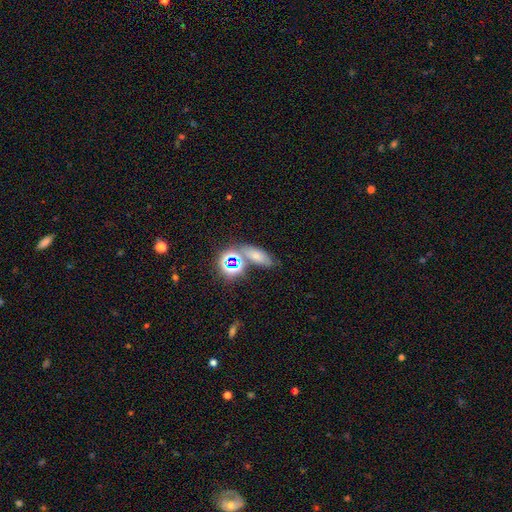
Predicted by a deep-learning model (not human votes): Overall: smooth (58%; star or artifact 29%). How rounded: in between (70%). Merging: none (59%; merger 21%).